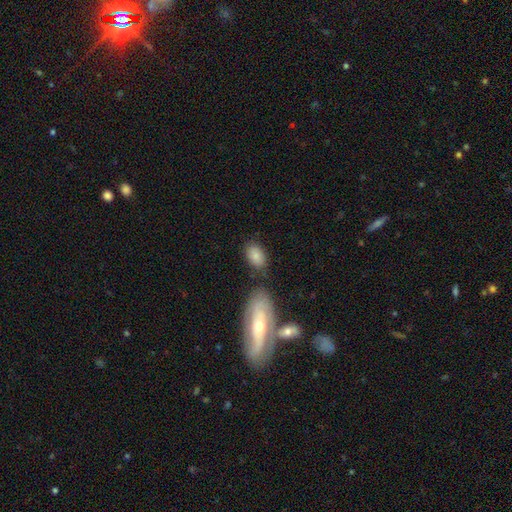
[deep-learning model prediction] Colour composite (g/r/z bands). It shows a smooth galaxy with no disk features (82%) that is in between round and cigar-shaped (90%). Merging: none (69%).